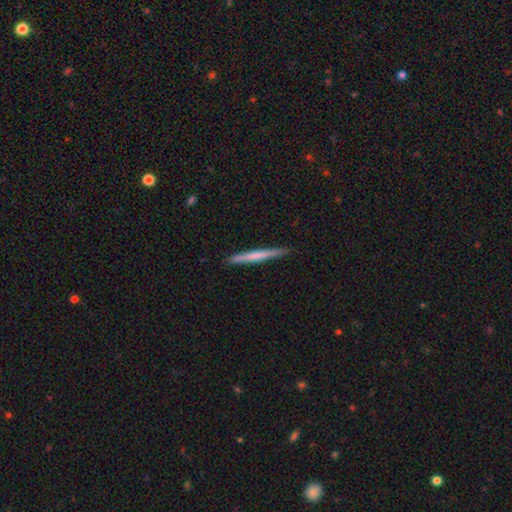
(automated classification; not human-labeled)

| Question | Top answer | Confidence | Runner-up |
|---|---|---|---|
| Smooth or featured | smooth | 57% | featured or disk (38%) |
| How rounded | cigar-shaped | 97% | in between (2%) |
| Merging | none | 90% | minor disturbance (8%) |